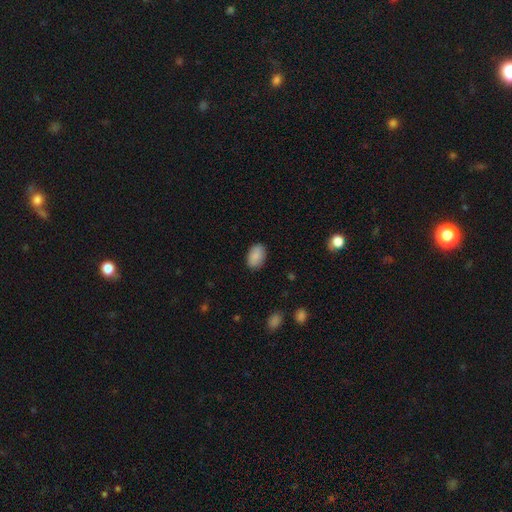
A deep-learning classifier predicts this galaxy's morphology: A smooth galaxy with no disk features (89%) that is in between round and cigar-shaped (87%). Merging: none (86%).